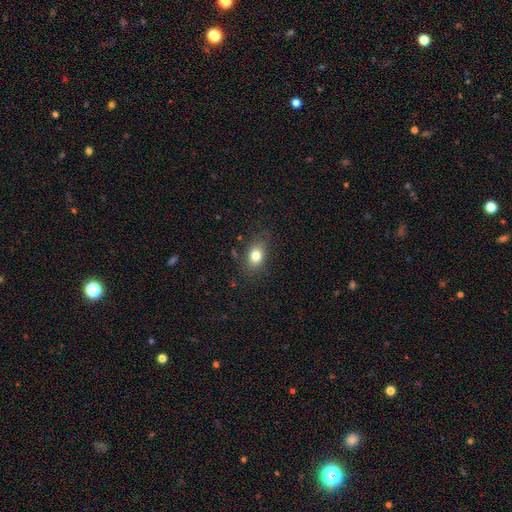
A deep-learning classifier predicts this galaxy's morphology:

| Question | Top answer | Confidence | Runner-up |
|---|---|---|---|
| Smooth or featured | smooth | 80% | star or artifact (10%) |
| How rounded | in between | 72% | round (26%) |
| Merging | none | 78% | minor disturbance (15%) |